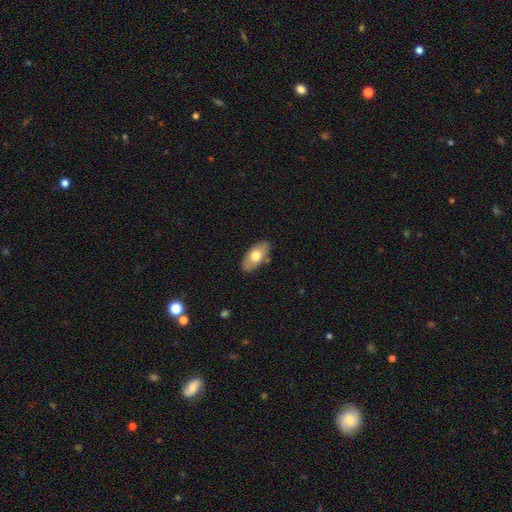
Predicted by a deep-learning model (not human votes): Q: Smooth or featured?
A: smooth (66%); runner-up: featured or disk (29%)
Q: How rounded?
A: in between (93%); runner-up: cigar-shaped (4%)
Q: Merging?
A: none (83%); runner-up: minor disturbance (12%)